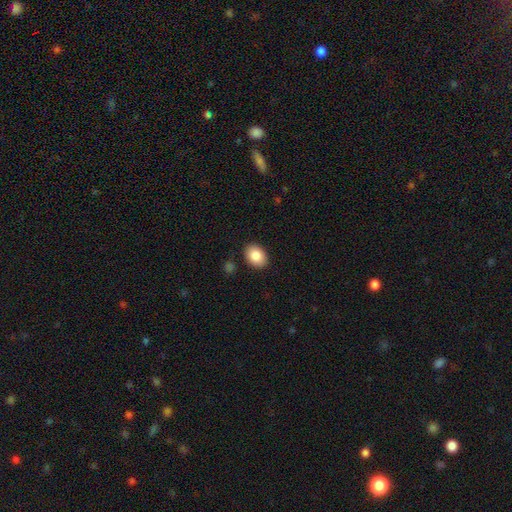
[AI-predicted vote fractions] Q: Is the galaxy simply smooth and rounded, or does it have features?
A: smooth — 87%.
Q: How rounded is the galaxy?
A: in between — 77%.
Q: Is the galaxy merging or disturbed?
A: none — 88%.